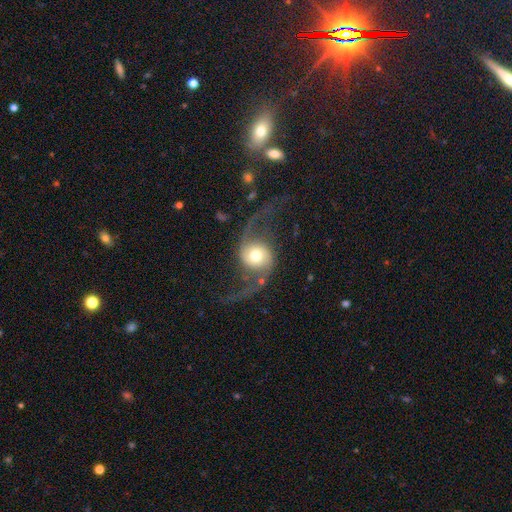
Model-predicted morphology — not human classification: Overall: featured or disk (87%). Edge-on disk: no (97%). Bar: no (66%). Spiral arms: yes (97%). Spiral arm count: 2 (94%). Spiral winding: loose (88%). Bulge size: moderate (60%). Merging: none (64%).